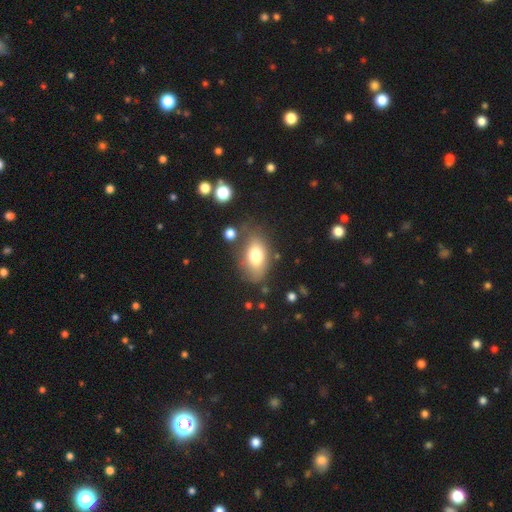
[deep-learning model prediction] smooth 74%, featured or disk 17%, star or artifact 9%. Down the decision tree: how rounded — in between (87%); merging — none (68%).